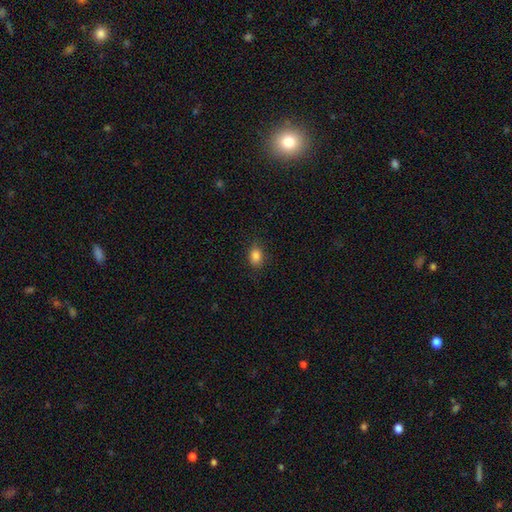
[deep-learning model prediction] A smooth galaxy with no disk features (85%) that is in between round and cigar-shaped (76%). Merging: none (84%).